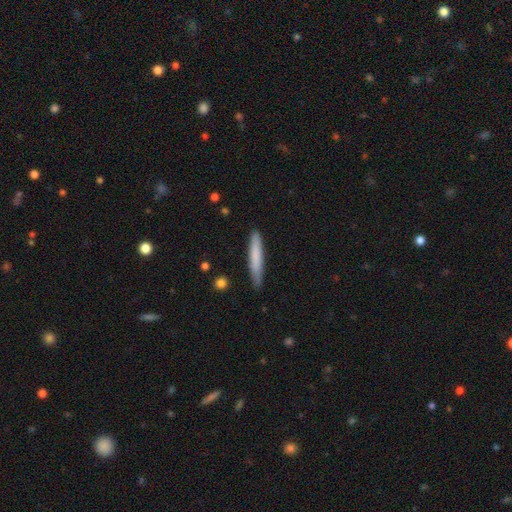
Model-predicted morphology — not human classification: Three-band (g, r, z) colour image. It shows a smooth galaxy with no disk features (74%) that is cigar-shaped (93%). Merging: none (83%).